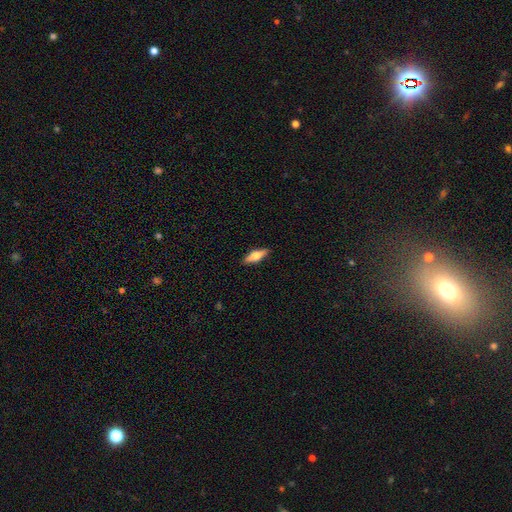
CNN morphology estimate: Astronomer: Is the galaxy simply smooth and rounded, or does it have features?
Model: smooth — 56% (runner-up: featured or disk, 37%).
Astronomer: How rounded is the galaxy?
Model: in between — 52% (runner-up: cigar-shaped, 46%).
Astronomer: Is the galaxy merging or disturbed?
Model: none — 88%.